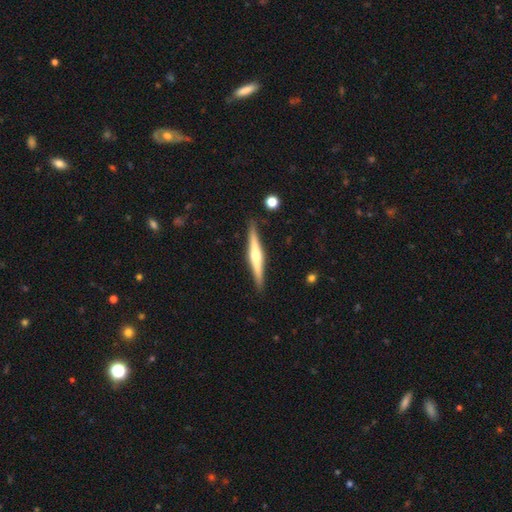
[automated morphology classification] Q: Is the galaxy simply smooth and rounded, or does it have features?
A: featured or disk — 69%.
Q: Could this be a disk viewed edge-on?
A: yes — 98%.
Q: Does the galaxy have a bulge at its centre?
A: rounded — 86%.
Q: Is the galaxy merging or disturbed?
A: none — 89%.